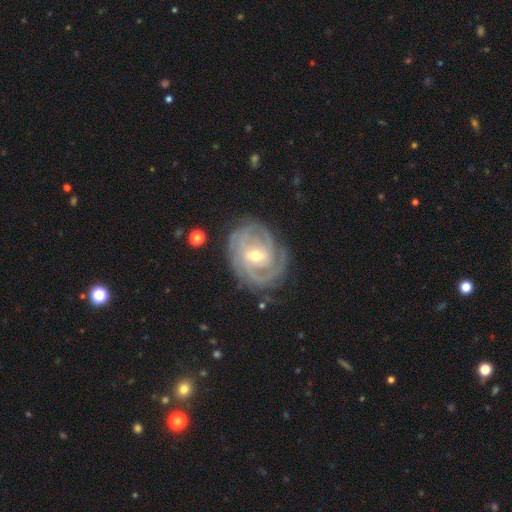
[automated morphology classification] The model was most divided on "spiral arm count" (2-way tie): 3: 27%, can't tell: 27%, 2: 25%, 4: 10%, 1: 6%, more than 4: 5%. Remaining: edge-on disk — no (97%); spiral arms — yes (96%); smooth or featured — featured or disk (88%); merging — none (74%); spiral winding — tight (71%); bulge size — moderate (56%); bar — weak (44%).